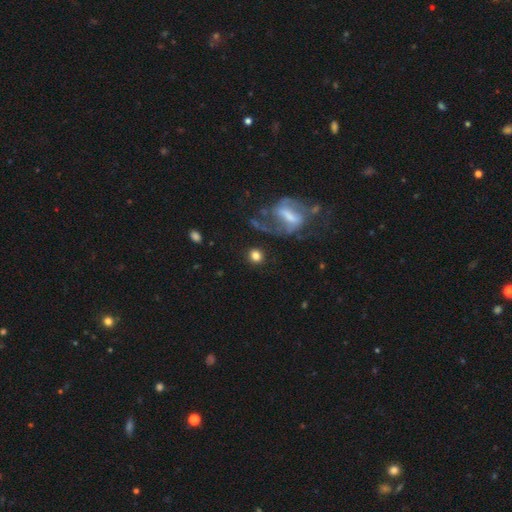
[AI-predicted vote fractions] Smooth or featured? Predicted: smooth (p=0.75). How rounded? Predicted: round (p=0.85). Merging? Predicted: none (p=0.79).